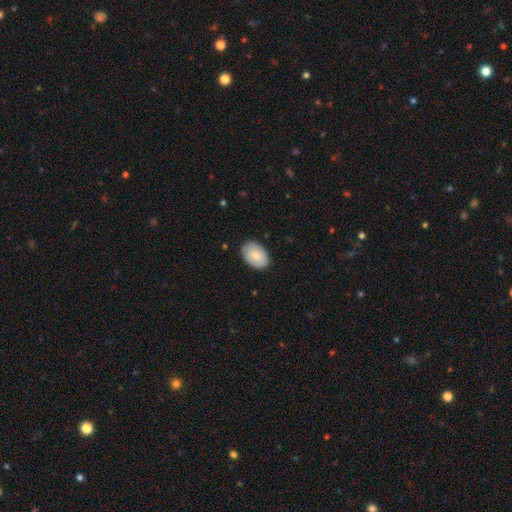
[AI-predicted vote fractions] Morphology: type=smooth (77%); roundness=in between (87%); merging=none (84%).